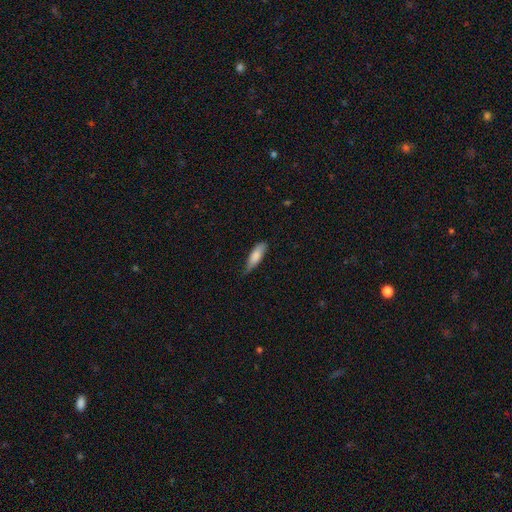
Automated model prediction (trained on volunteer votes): A smooth galaxy with no disk features (81%) that is in between round and cigar-shaped (51%).

Vote fractions:
- Smooth or featured? smooth: 81% / featured or disk: 14% / star or artifact: 6%
- How rounded? in between: 51% / cigar-shaped: 47% / round: 2%
- Merging? none: 56% / minor disturbance: 36% / major disturbance: 6% / merger: 2%